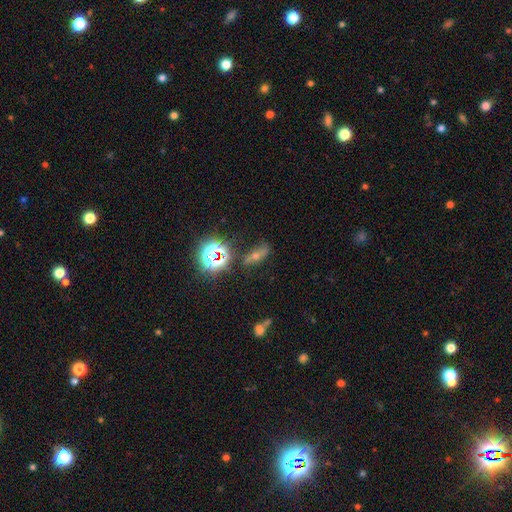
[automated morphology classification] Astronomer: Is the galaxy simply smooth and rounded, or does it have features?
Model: star or artifact — 36% (runner-up: smooth, 32%).